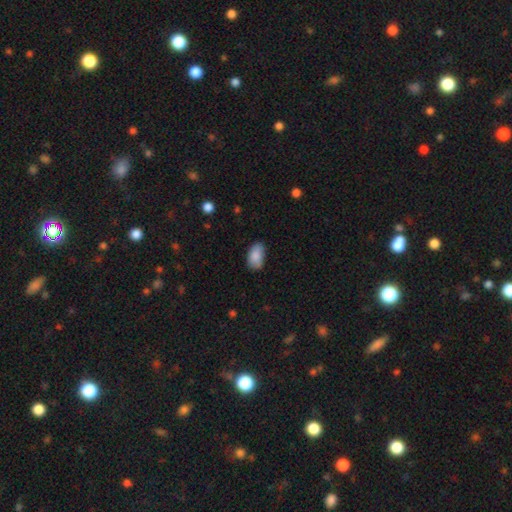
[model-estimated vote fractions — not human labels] Smooth or featured?
  - smooth: 87% *
  - star or artifact: 7%
  - featured or disk: 6%
How rounded?
  - in between: 93% *
  - round: 5%
  - cigar-shaped: 2%
Merging?
  - none: 75% *
  - minor disturbance: 20%
  - major disturbance: 3%
  - merger: 1%